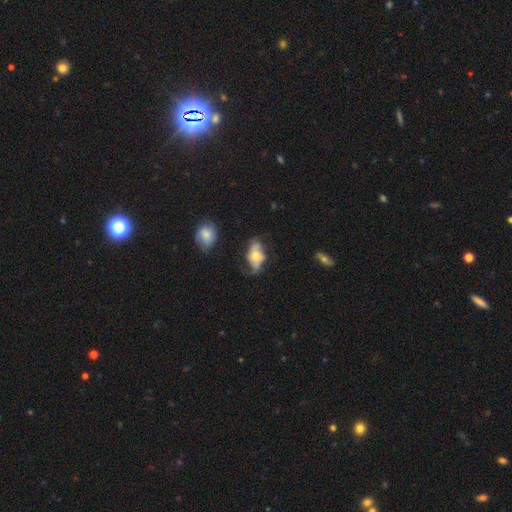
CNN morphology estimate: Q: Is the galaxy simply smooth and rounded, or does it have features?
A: smooth — 48%.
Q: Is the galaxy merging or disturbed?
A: none — 41%.